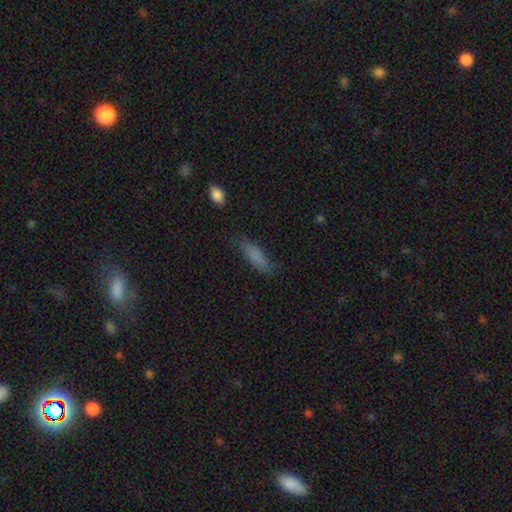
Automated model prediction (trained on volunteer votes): This is clearly a smooth galaxy (81%). How rounded: possibly cigar-shaped (60%). Merging: likely none (74%).